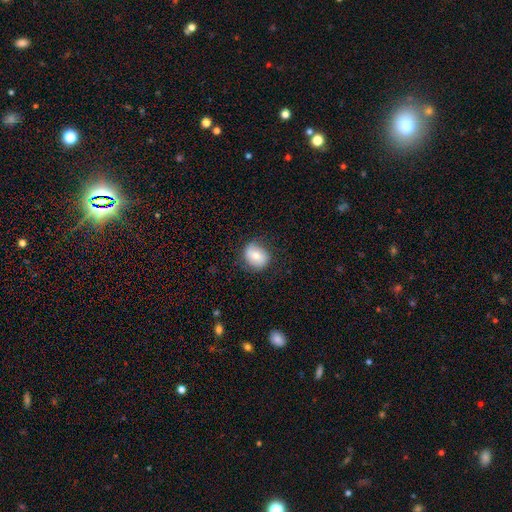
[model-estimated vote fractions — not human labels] This is likely a smooth galaxy (68%). How rounded: likely round (61%). Merging: likely none (74%).